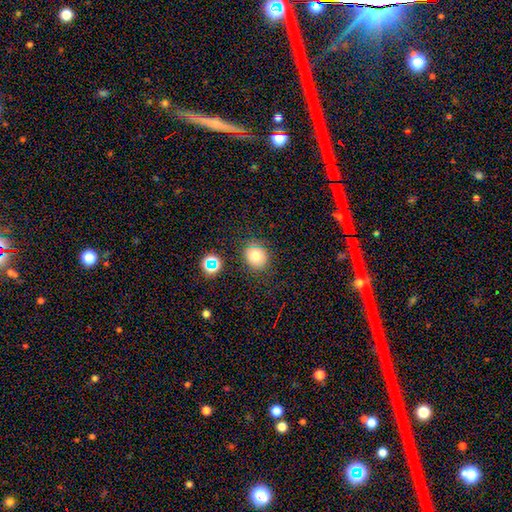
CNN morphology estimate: Overall: smooth (74%). How rounded: round (69%; in between 30%). Merging: none (81%).